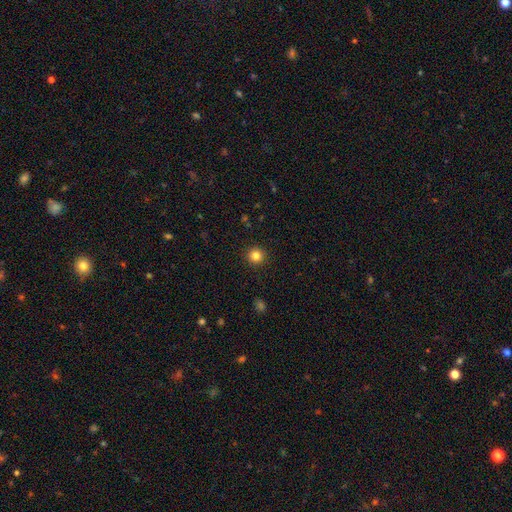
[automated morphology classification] Smooth or featured? smooth (83%)
How rounded? round (94%)
Merging? none (92%)